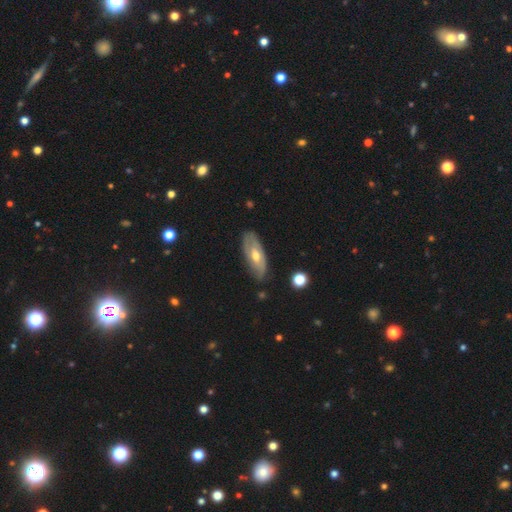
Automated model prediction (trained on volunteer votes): Smooth or featured? Predicted: featured or disk (p=0.63). Edge-on disk? Predicted: no (p=0.80). Bar? Predicted: no (p=0.60). Spiral arms? Predicted: yes (p=0.59). Bulge size? Predicted: moderate (p=0.67). Merging? Predicted: none (p=0.80).